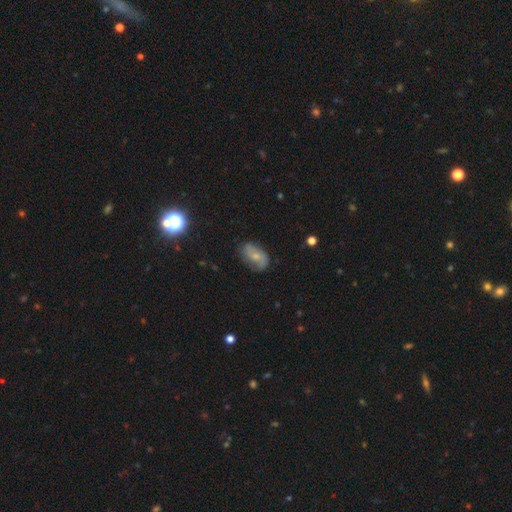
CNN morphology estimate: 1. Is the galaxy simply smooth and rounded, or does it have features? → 49% featured or disk, 41% smooth, 9% star or artifact.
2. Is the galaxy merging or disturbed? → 67% none, 23% minor disturbance, 8% major disturbance, 2% merger.